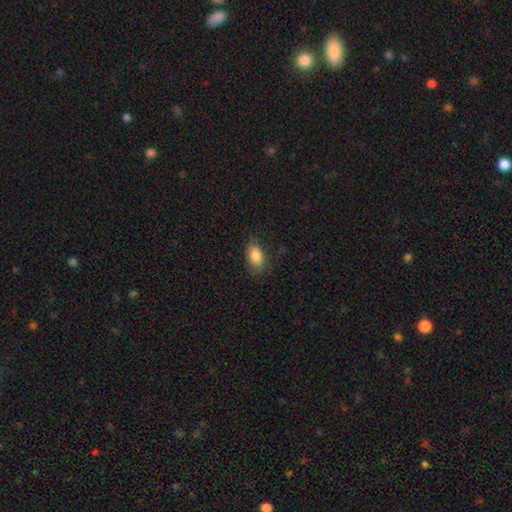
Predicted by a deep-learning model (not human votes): A smooth galaxy with no disk features (85%) that is in between round and cigar-shaped (88%).

Vote fractions:
- Smooth or featured? smooth: 85% / star or artifact: 8% / featured or disk: 7%
- How rounded? in between: 88% / round: 9% / cigar-shaped: 2%
- Merging? none: 77% / minor disturbance: 17% / major disturbance: 5% / merger: 1%